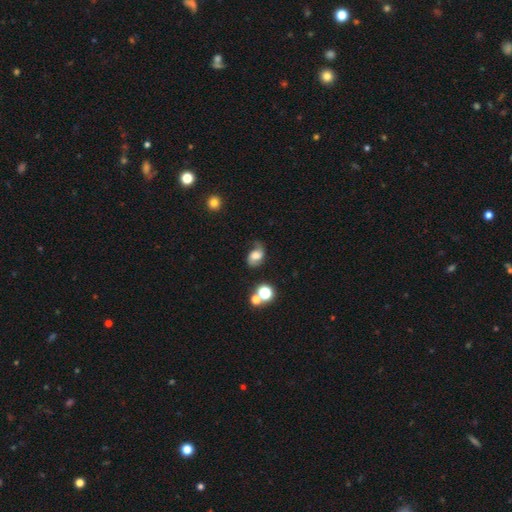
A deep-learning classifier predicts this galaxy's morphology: Overall: smooth (46%; featured or disk 41%). Merging: none (51%; minor disturbance 29%).